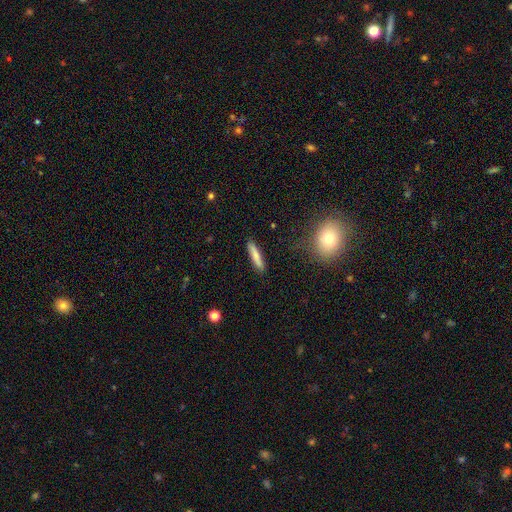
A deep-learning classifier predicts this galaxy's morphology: smooth 77%, featured or disk 17%, star or artifact 7%. Down the decision tree: how rounded — cigar-shaped (89%); merging — none (88%).